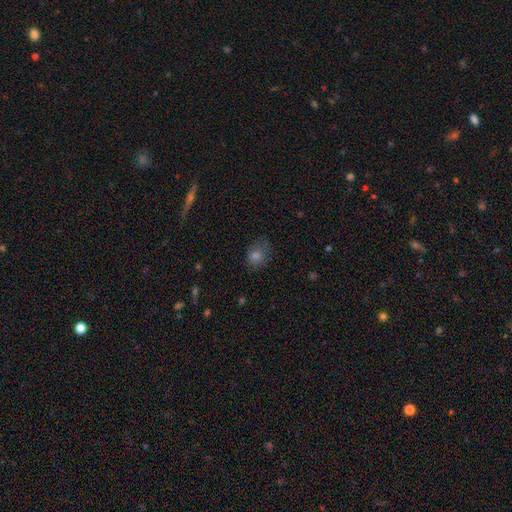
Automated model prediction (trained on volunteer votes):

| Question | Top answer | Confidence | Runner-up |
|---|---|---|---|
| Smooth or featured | smooth | 69% | star or artifact (18%) |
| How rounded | round | 63% | in between (35%) |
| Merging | none | 67% | minor disturbance (22%) |